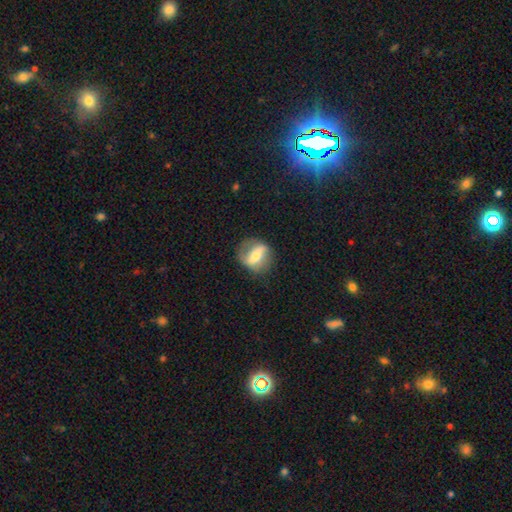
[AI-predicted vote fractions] A featured or disk galaxy (61%) with a strong bar (65%), spiral arms (55%) and a moderate central bulge (47%). Merging: none (75%).